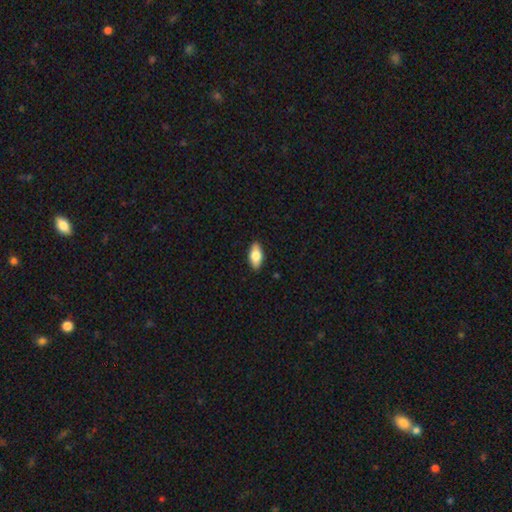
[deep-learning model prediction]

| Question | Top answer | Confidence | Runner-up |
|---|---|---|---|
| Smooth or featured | smooth | 75% | featured or disk (19%) |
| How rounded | in between | 88% | cigar-shaped (9%) |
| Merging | none | 90% | minor disturbance (8%) |